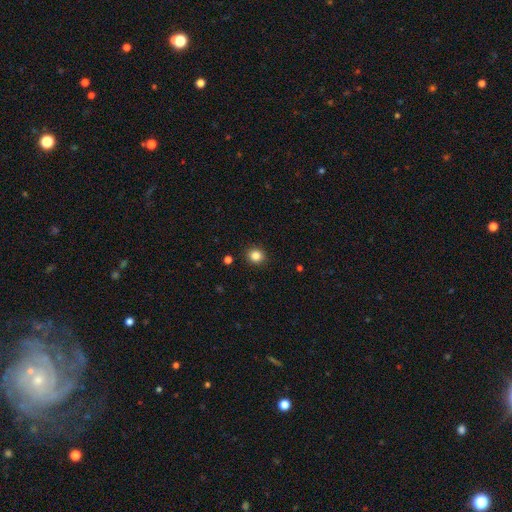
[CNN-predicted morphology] smooth_or_featured: smooth (p=0.84) [alt: star or artifact p=0.11]
how_rounded: round (p=0.84) [alt: in between p=0.15]
merging: none (p=0.91) [alt: minor disturbance p=0.06]